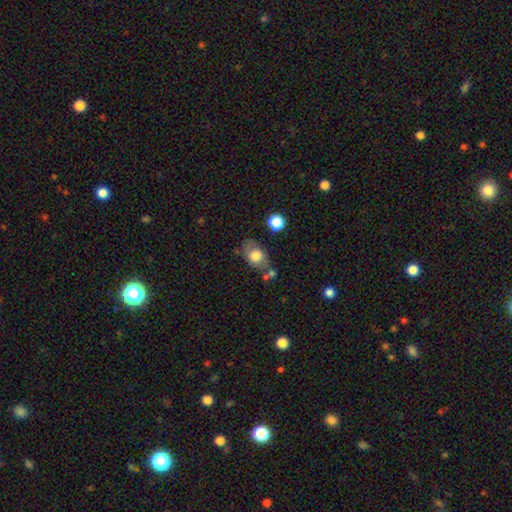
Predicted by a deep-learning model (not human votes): Smooth or featured? smooth (73%)
How rounded? in between (77%)
Merging? none (60%)